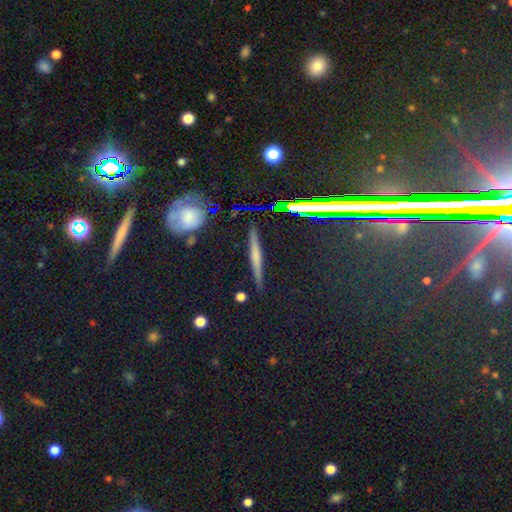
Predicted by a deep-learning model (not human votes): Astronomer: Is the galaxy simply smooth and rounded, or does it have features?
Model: featured or disk — 48% (runner-up: smooth, 35%).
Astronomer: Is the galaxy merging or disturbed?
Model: none — 87%.